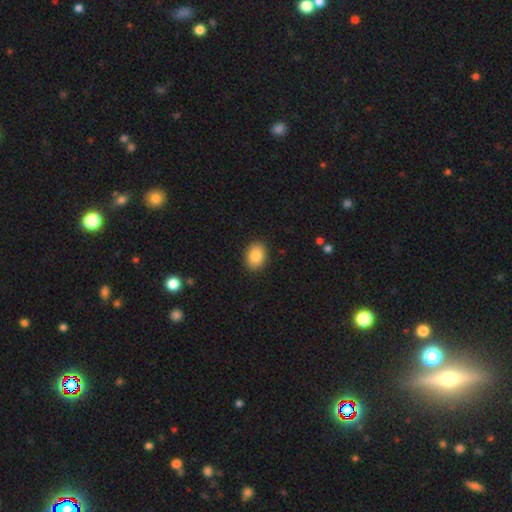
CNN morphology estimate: A smooth galaxy with no disk features (87%) that is in between round and cigar-shaped (67%). Merging: none (90%).